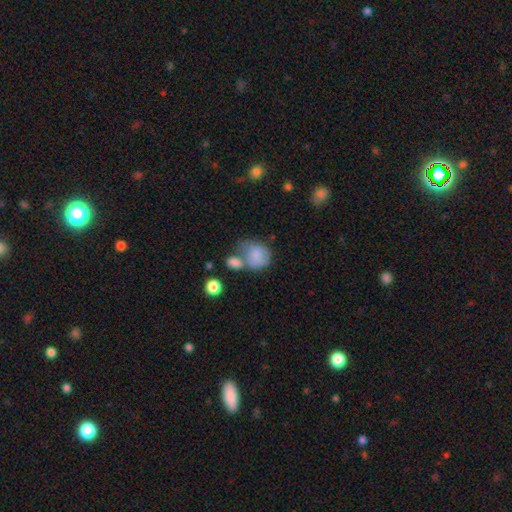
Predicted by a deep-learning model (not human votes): Overall: smooth (77%). How rounded: round (58%; in between 41%). Merging: merger (36%; none 30%).